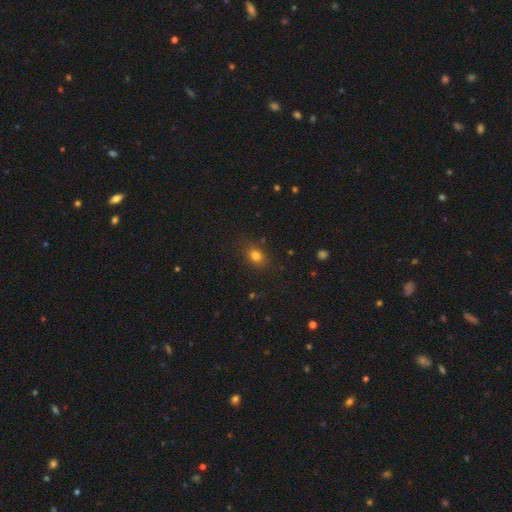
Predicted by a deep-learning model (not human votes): smooth 80%, star or artifact 13%, featured or disk 7%. Down the decision tree: how rounded — in between (56%); merging — none (84%).